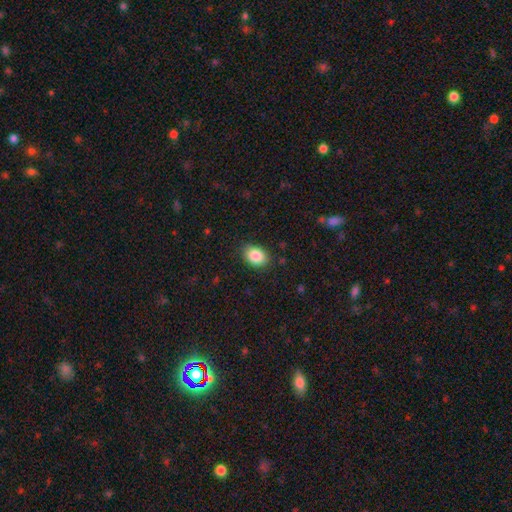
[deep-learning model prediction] A smooth galaxy with no disk features (87%) that is in between round and cigar-shaped (74%).

Vote fractions:
- Smooth or featured? smooth: 87% / star or artifact: 8% / featured or disk: 5%
- How rounded? in between: 74% / round: 25% / cigar-shaped: 1%
- Merging? none: 86% / minor disturbance: 11% / major disturbance: 3% / merger: 1%